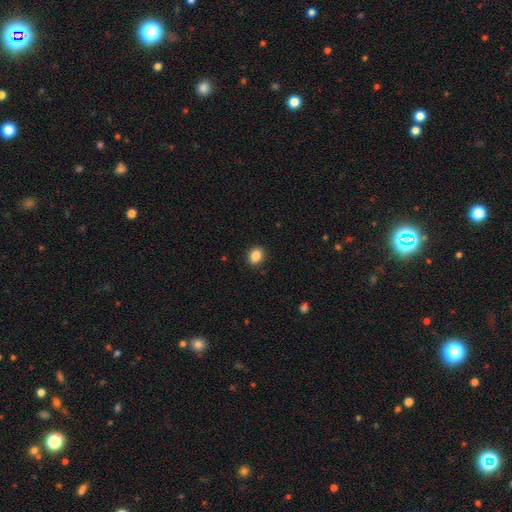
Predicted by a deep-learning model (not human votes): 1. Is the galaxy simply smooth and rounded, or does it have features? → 88% smooth, 9% star or artifact, 3% featured or disk.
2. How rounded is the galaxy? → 52% in between, 47% round, 1% cigar-shaped.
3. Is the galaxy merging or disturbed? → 89% none, 8% minor disturbance, 2% major disturbance, 1% merger.